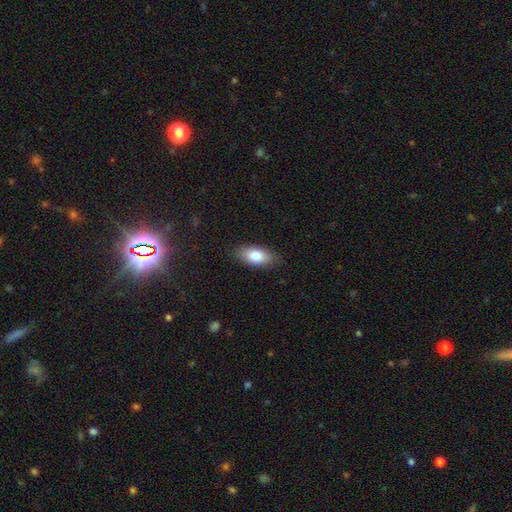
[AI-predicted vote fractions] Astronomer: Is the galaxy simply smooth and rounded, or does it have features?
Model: smooth — 84%.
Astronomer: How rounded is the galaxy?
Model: in between — 89%.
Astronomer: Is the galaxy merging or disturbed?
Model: none — 85%.